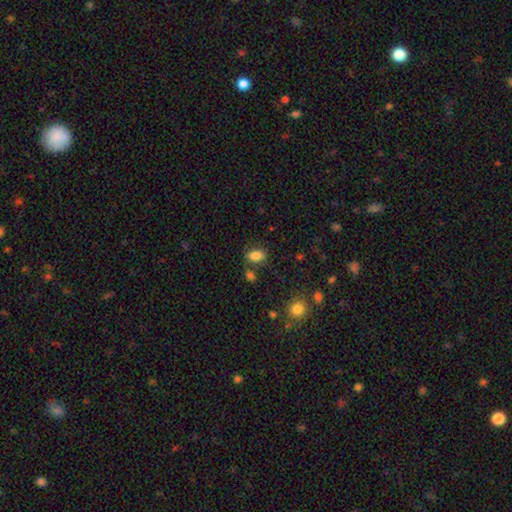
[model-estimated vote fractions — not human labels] Smooth or featured? smooth (84%)
How rounded? in between (85%)
Merging? none (74%)